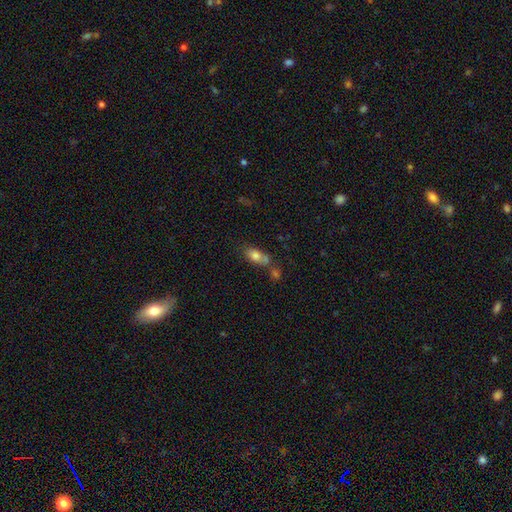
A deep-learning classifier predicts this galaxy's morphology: Smooth or featured? Predicted: smooth (p=0.76). How rounded? Predicted: in between (p=0.80). Merging? Predicted: merger (p=0.40).